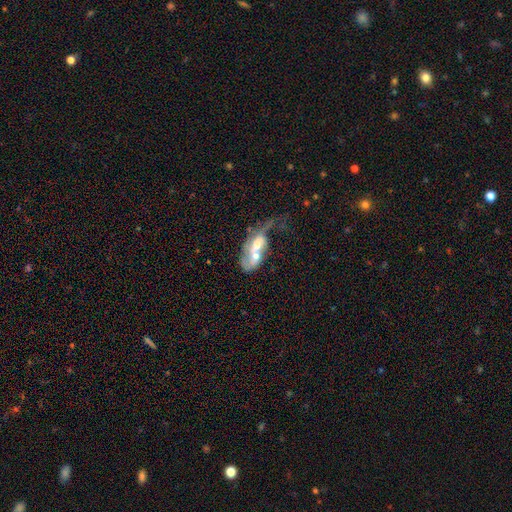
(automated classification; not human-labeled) This is possibly a featured or disk galaxy (56%). It is clearly not viewed edge-on (91%). Bar: likely no (62%). Spiral arm pattern: possibly no (56%). Central bulge: likely moderate (62%). Merging: likely merger (64%).